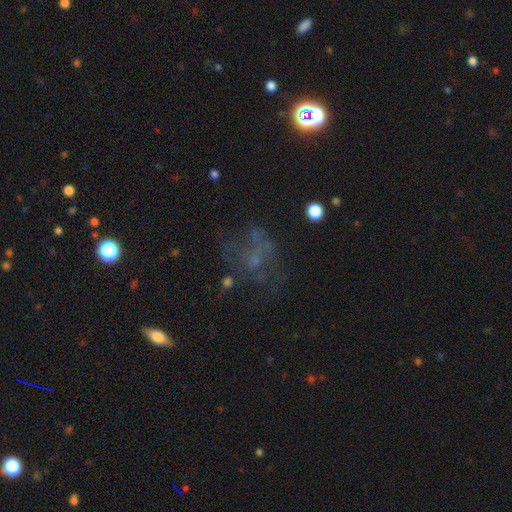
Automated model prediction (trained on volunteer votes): Smooth or featured? featured or disk (44%)
Merging? none (49%)